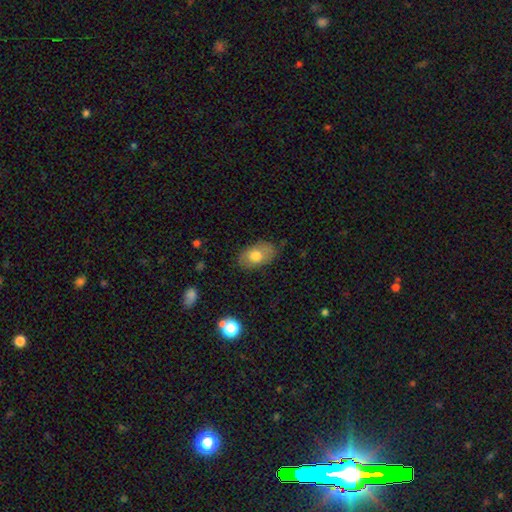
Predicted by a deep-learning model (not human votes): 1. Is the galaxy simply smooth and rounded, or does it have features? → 73% smooth, 20% featured or disk, 8% star or artifact.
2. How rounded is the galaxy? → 89% in between, 9% round, 1% cigar-shaped.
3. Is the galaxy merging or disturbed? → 78% none, 17% minor disturbance, 4% major disturbance, 1% merger.